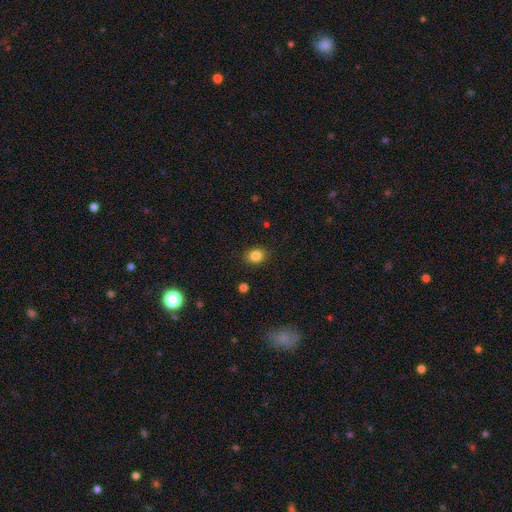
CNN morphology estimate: The model was most divided on "how rounded": round: 61%, in between: 38%, cigar-shaped: 1%. More confident: merging — none (88%); smooth or featured — smooth (84%).